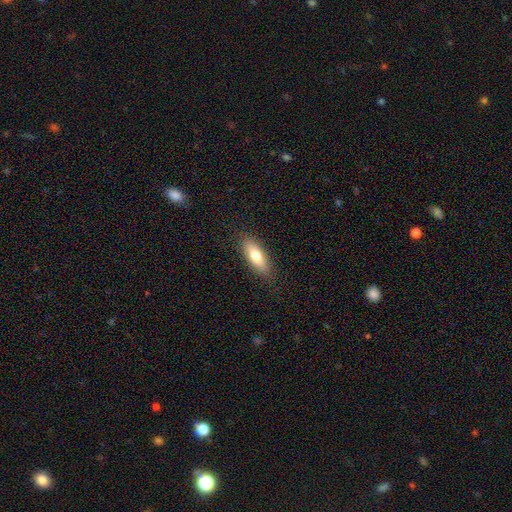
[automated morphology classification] Smooth or featured: smooth — 74% (featured or disk — 20%)
How rounded: in between — 66% (cigar-shaped — 32%)
Merging: none — 86% (minor disturbance — 10%)